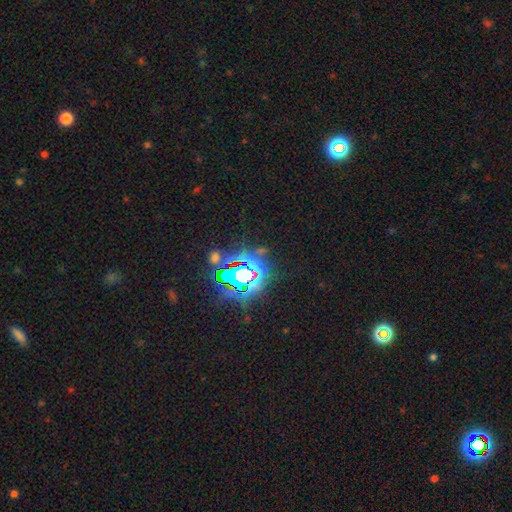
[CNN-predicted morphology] This appears to be a star or artifact, not a galaxy (82%).